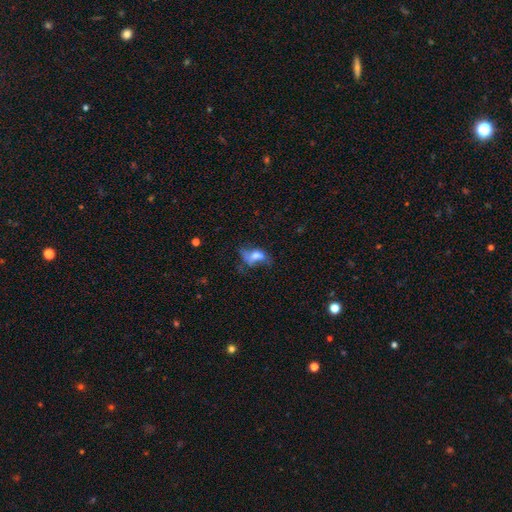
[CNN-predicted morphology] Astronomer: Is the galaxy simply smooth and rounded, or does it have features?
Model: smooth — 53% (runner-up: featured or disk, 33%).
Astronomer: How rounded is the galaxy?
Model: in between — 84%.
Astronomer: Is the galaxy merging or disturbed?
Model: major disturbance — 41% (runner-up: none, 26%).